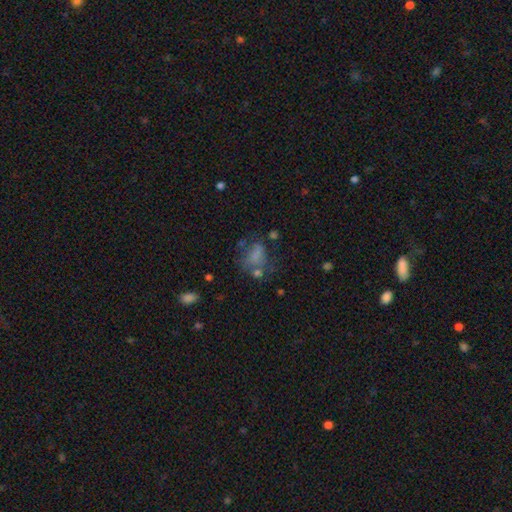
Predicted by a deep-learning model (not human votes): This is likely a smooth galaxy (63%). How rounded: likely in between (74%). Merging: marginally none (37%).